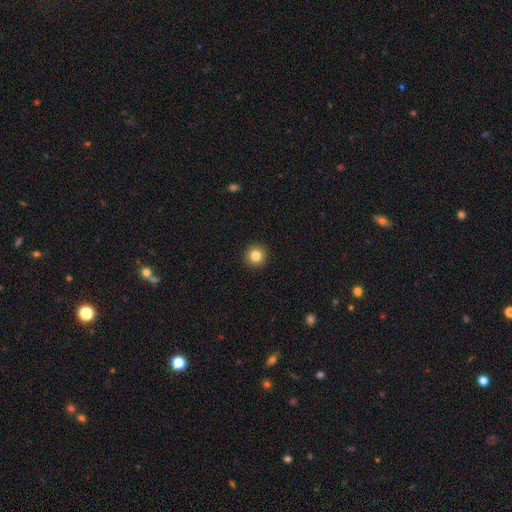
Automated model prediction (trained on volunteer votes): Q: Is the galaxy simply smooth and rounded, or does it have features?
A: smooth — 82%.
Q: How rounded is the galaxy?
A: round — 95%.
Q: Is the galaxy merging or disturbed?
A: none — 94%.